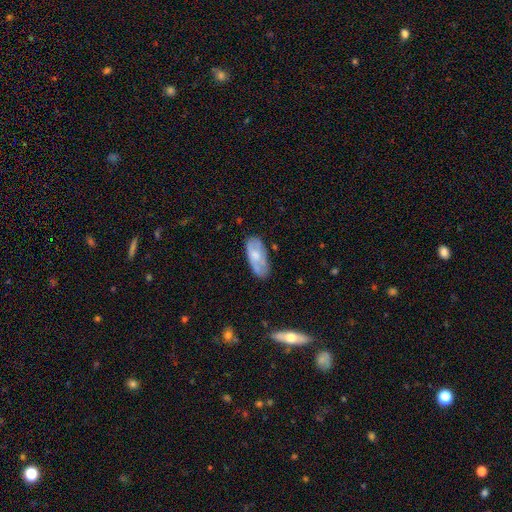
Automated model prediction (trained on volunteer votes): Smooth or featured? smooth (57%)
How rounded? in between (88%)
Merging? none (64%)